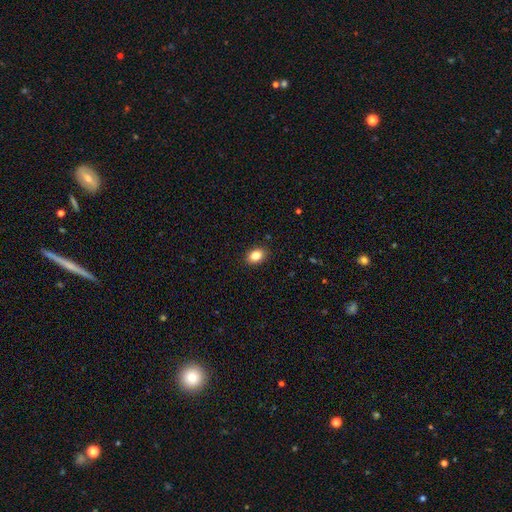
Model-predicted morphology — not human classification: smooth-or-featured: smooth: 84% | star or artifact: 10% | featured or disk: 7%
  how-rounded: in between: 72% | round: 27% | cigar-shaped: 1%
  merging: none: 90% | minor disturbance: 8% | major disturbance: 2% | merger: 1%